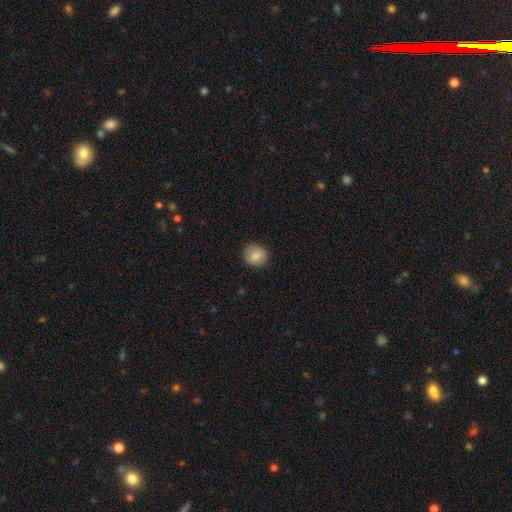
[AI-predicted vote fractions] Morphology: type=smooth (84%); roundness=round (84%); merging=none (88%).